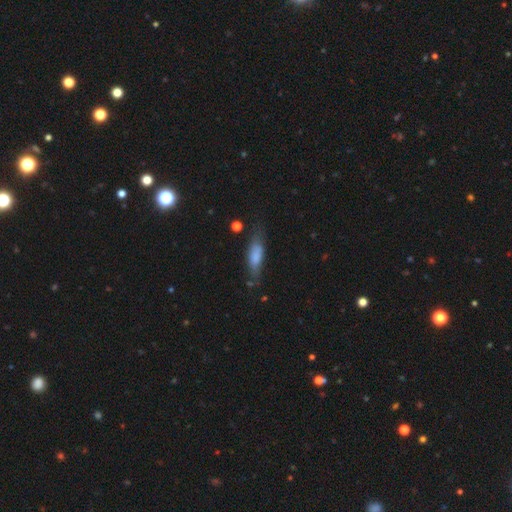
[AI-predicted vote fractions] The model was most divided on "how rounded": cigar-shaped: 50%, in between: 48%, round: 2%. More confident: smooth or featured — smooth (71%); merging — none (59%).